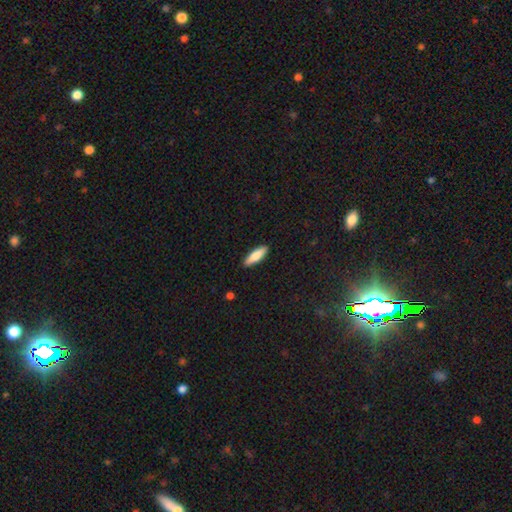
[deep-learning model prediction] Smooth or featured? smooth (77%)
How rounded? cigar-shaped (61%)
Merging? none (90%)